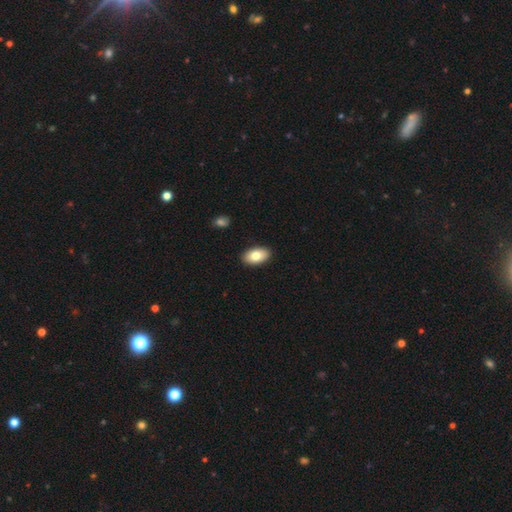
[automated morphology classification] This appears to be a smooth galaxy with no disk features (80%) that is in between round and cigar-shaped (94%). Merging: none (90%).